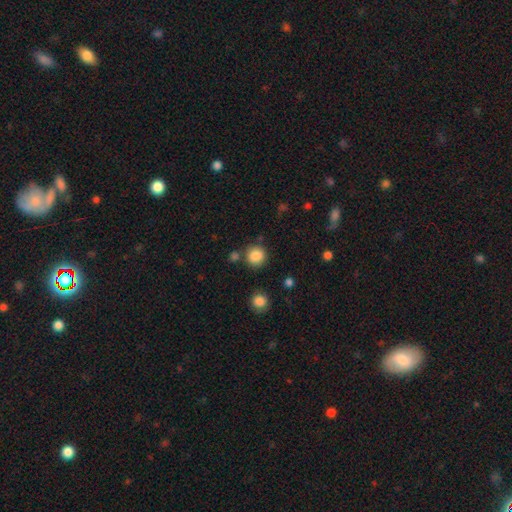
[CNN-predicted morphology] A smooth galaxy with no disk features (86%) that is round (90%). Merging: none (80%).